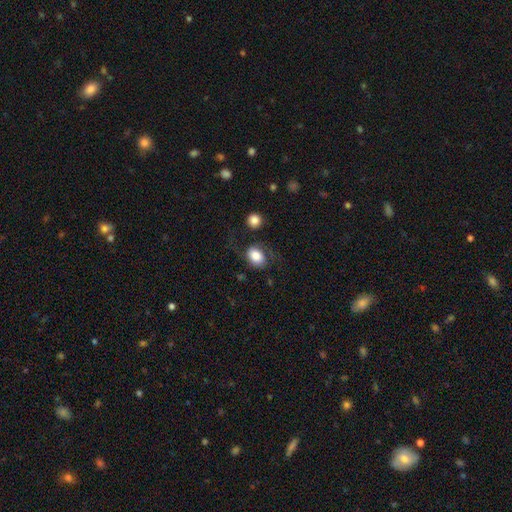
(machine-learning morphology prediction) This appears to be a smooth galaxy with no disk features (71%) that is in between round and cigar-shaped (63%). Merging: none (53%).